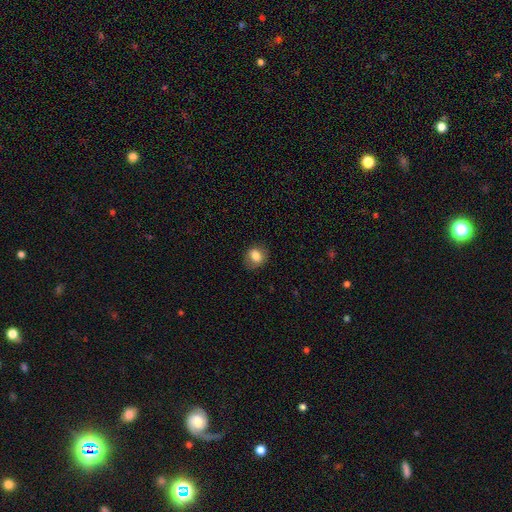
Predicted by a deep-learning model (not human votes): Smooth or featured?
  - smooth: 81% *
  - featured or disk: 10%
  - star or artifact: 9%
How rounded?
  - round: 52% *
  - in between: 46%
  - cigar-shaped: 1%
Merging?
  - none: 81% *
  - minor disturbance: 14%
  - major disturbance: 4%
  - merger: 1%